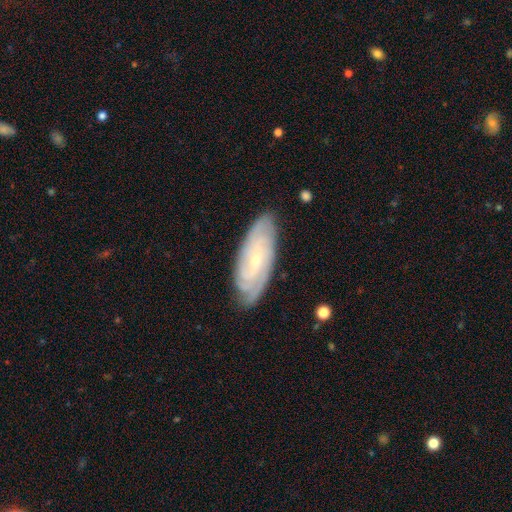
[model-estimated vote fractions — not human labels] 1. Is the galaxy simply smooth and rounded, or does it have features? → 77% featured or disk, 16% smooth, 7% star or artifact.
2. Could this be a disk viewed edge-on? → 89% no, 11% yes.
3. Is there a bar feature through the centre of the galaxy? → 61% no, 30% weak, 8% strong.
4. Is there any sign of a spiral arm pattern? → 95% yes, 5% no.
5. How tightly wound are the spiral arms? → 71% tight, 23% medium, 6% loose.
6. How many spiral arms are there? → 35% can't tell, 25% 2, 16% 3, 13% 4, 5% more than 4, 5% 1.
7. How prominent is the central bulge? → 76% small, 19% moderate, 2% none, 1% large, 1% dominant.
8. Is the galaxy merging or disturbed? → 83% none, 13% minor disturbance, 3% major disturbance, 1% merger.